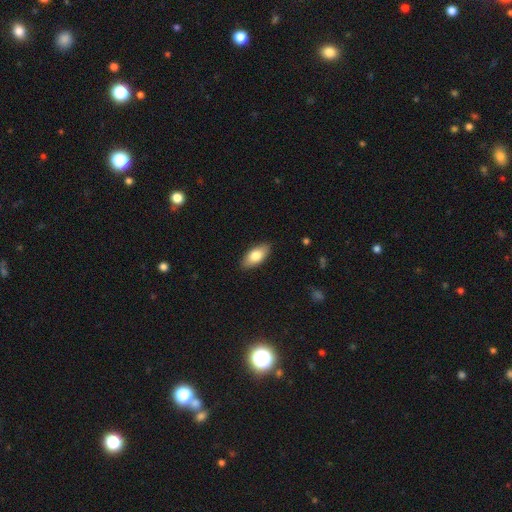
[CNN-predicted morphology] smooth 77%, featured or disk 17%, star or artifact 6%. Down the decision tree: how rounded — in between (88%); merging — none (89%).